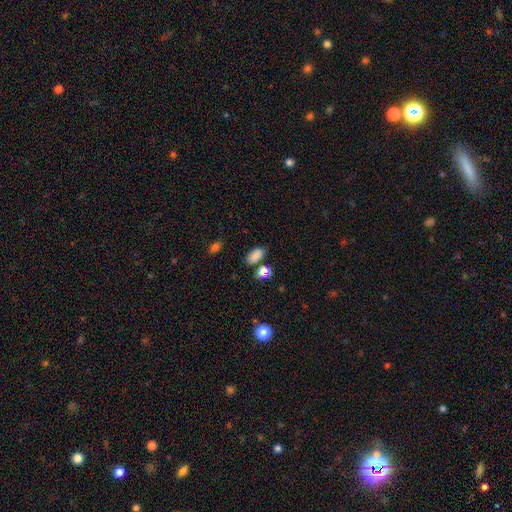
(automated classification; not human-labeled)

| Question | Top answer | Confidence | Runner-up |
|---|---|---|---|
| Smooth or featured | smooth | 84% | star or artifact (11%) |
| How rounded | in between | 89% | round (9%) |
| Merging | none | 74% | minor disturbance (13%) |